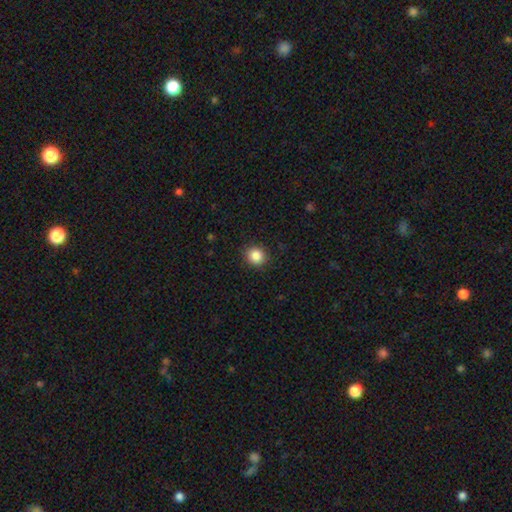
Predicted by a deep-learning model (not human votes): smooth-or-featured: smooth: 86% | star or artifact: 10% | featured or disk: 4%
  how-rounded: round: 84% | in between: 16% | cigar-shaped: 1%
  merging: none: 89% | minor disturbance: 8% | major disturbance: 2% | merger: 1%